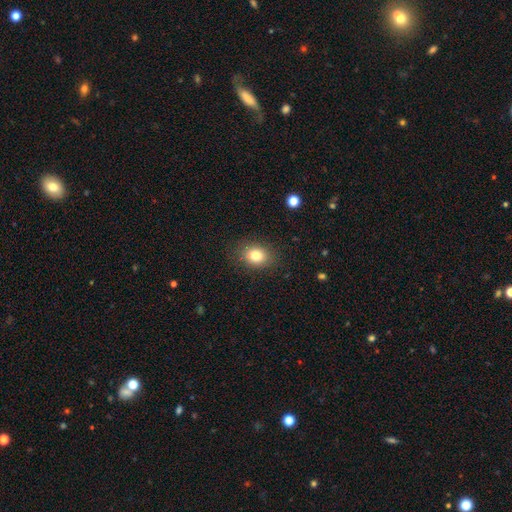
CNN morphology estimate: This is clearly a smooth galaxy (81%). How rounded: possibly in between (59%). Merging: clearly none (85%).